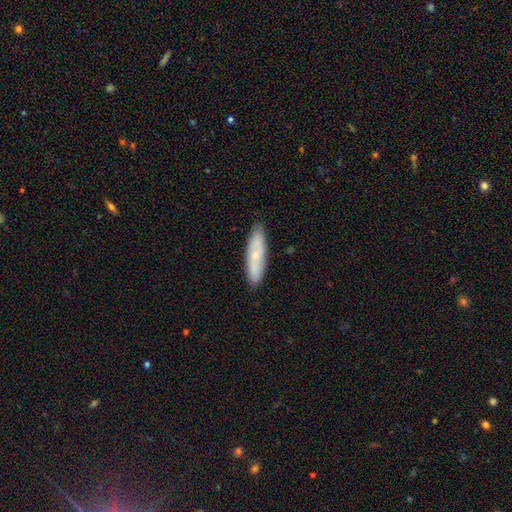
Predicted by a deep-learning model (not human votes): Smooth or featured?
  - smooth: 58% *
  - featured or disk: 36%
  - star or artifact: 6%
How rounded?
  - cigar-shaped: 68% *
  - in between: 30%
  - round: 2%
Merging?
  - none: 86% *
  - minor disturbance: 11%
  - major disturbance: 2%
  - merger: 1%